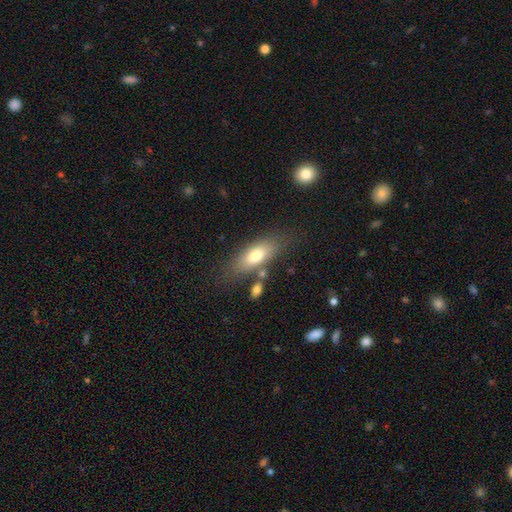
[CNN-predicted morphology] This appears to be a smooth galaxy with no disk features (72%) that is in between round and cigar-shaped (75%). Merging: none (69%).